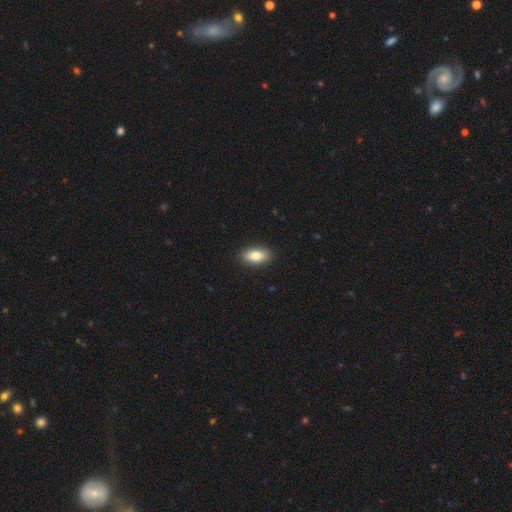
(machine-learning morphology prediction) Smooth or featured?
  - smooth: 80% *
  - featured or disk: 13%
  - star or artifact: 7%
How rounded?
  - in between: 87% *
  - cigar-shaped: 8%
  - round: 5%
Merging?
  - none: 90% *
  - minor disturbance: 8%
  - major disturbance: 2%
  - merger: 1%